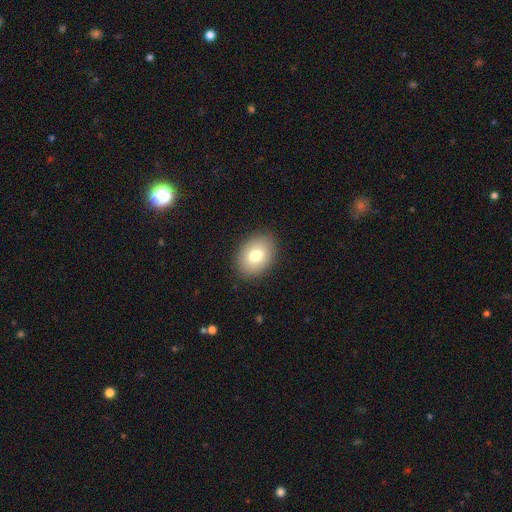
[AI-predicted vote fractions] smooth_or_featured: smooth (p=0.78) [alt: featured or disk p=0.14]
how_rounded: in between (p=0.75) [alt: round p=0.24]
merging: none (p=0.87) [alt: minor disturbance p=0.09]